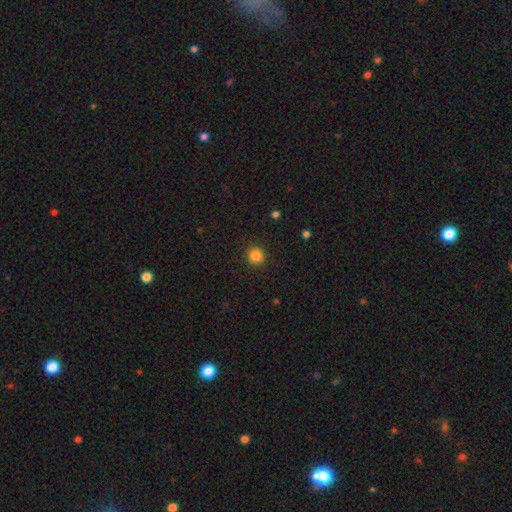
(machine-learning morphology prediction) Smooth or featured: smooth — 85% (star or artifact — 11%)
How rounded: round — 93% (in between — 6%)
Merging: none — 91% (minor disturbance — 5%)